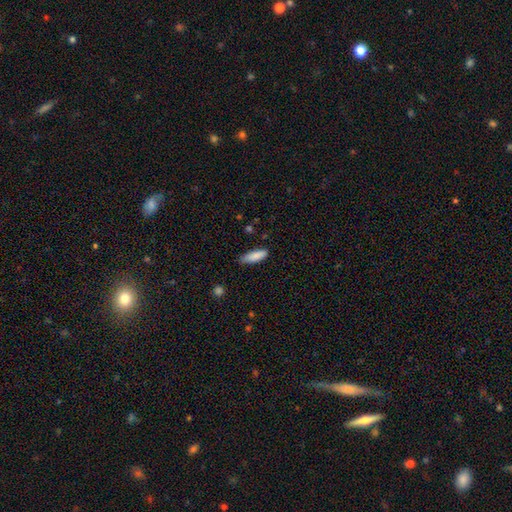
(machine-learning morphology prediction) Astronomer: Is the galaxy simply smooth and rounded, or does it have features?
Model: smooth — 87%.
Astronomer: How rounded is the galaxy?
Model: cigar-shaped — 52% (runner-up: in between, 47%).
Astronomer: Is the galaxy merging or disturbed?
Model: none — 78%.